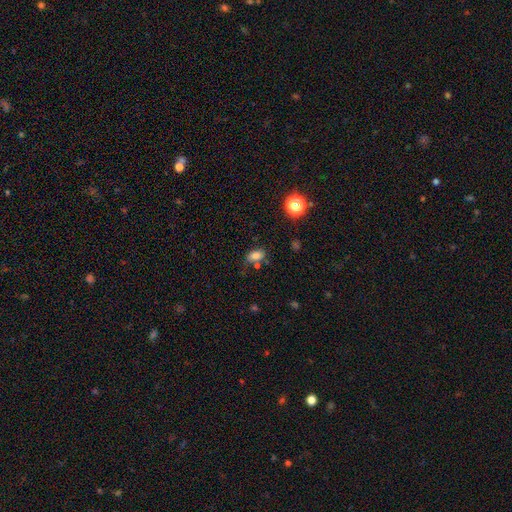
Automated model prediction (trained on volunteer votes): A smooth galaxy with no disk features (79%) that is in between round and cigar-shaped (85%).

Vote fractions:
- Smooth or featured? smooth: 79% / star or artifact: 13% / featured or disk: 8%
- How rounded? in between: 85% / round: 13% / cigar-shaped: 2%
- Merging? none: 66% / minor disturbance: 18% / merger: 12% / major disturbance: 5%